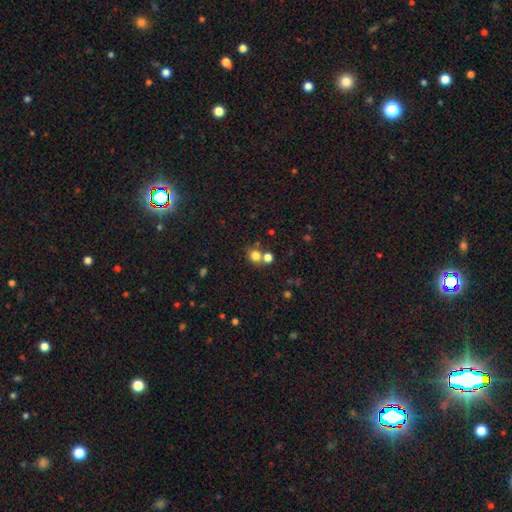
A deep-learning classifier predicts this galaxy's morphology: Smooth or featured?
  - smooth: 77% *
  - star or artifact: 15%
  - featured or disk: 8%
How rounded?
  - round: 79% *
  - in between: 20%
  - cigar-shaped: 1%
Merging?
  - none: 56% *
  - merger: 32%
  - minor disturbance: 8%
  - major disturbance: 4%